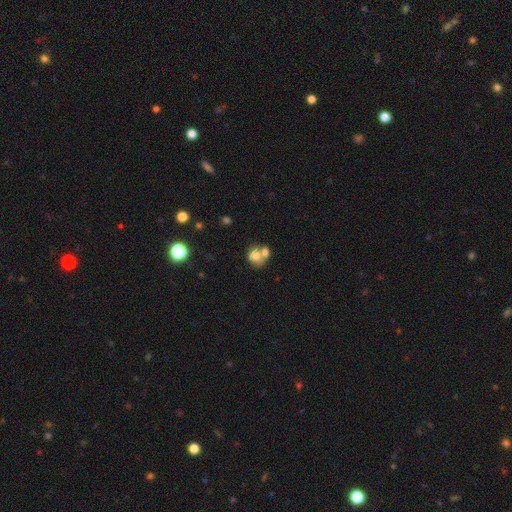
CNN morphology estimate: Q: Smooth or featured?
A: smooth (73%); runner-up: featured or disk (17%)
Q: How rounded?
A: round (74%); runner-up: in between (25%)
Q: Merging?
A: merger (58%); runner-up: none (30%)